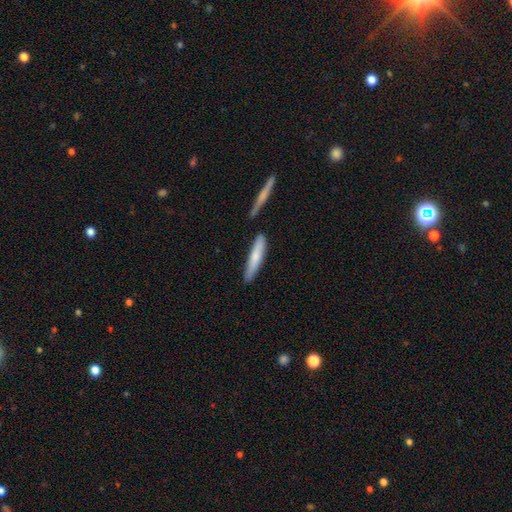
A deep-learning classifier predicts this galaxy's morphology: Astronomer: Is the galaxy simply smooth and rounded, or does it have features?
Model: smooth — 70%.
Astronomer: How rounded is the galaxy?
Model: cigar-shaped — 88%.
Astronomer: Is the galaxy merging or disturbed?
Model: none — 78%.